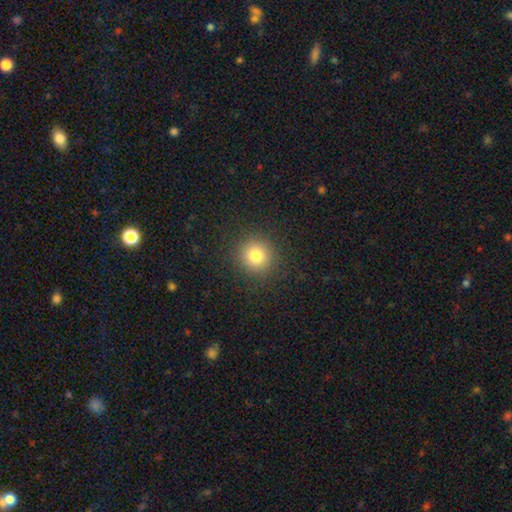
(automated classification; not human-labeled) smooth_or_featured: smooth (p=0.80) [alt: star or artifact p=0.13]
how_rounded: round (p=0.92) [alt: in between p=0.07]
merging: none (p=0.90) [alt: minor disturbance p=0.06]